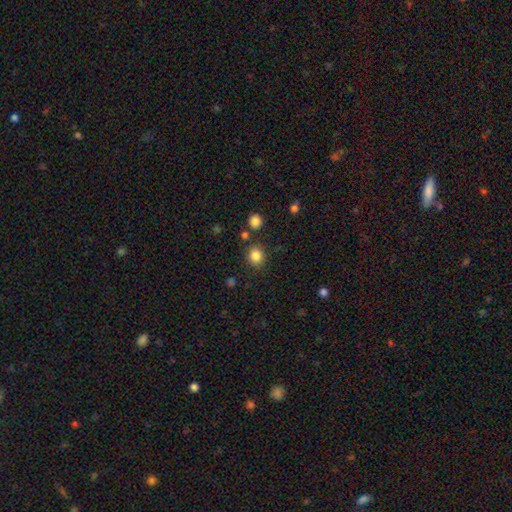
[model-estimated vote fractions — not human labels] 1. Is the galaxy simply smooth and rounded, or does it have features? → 84% smooth, 11% star or artifact, 4% featured or disk.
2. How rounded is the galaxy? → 81% round, 18% in between, 1% cigar-shaped.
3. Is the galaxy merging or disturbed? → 83% none, 9% minor disturbance, 5% merger, 3% major disturbance.